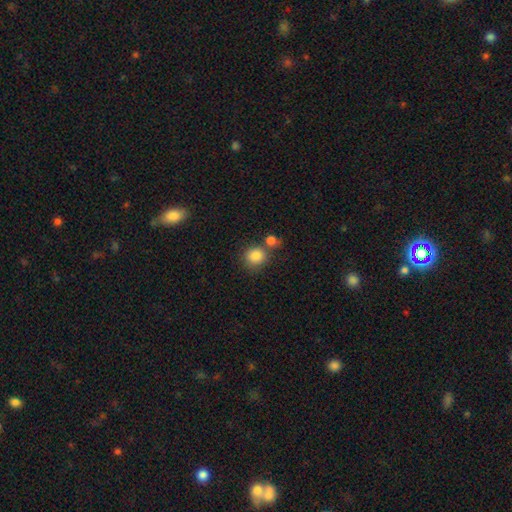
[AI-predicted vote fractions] A smooth galaxy with no disk features (86%) that is round (83%). Merging: none (63%).